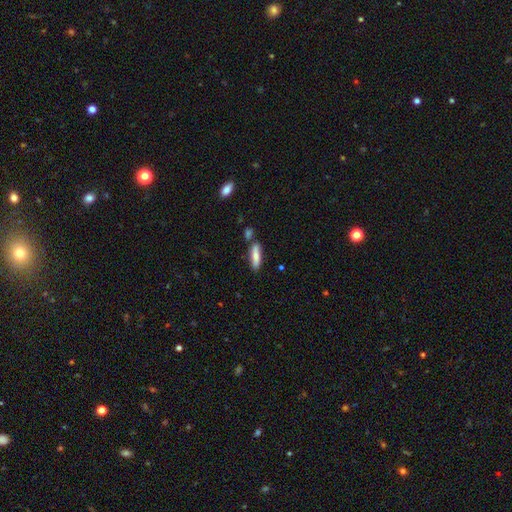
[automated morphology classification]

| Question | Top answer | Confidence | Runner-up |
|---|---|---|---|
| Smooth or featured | smooth | 74% | featured or disk (19%) |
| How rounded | cigar-shaped | 64% | in between (34%) |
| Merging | none | 75% | minor disturbance (13%) |